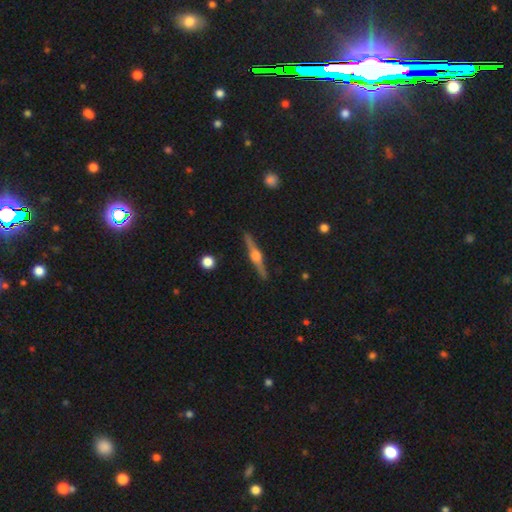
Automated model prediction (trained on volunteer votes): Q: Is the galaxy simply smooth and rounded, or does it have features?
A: featured or disk — 81%.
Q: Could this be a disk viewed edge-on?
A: yes — 98%.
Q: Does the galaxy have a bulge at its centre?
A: rounded — 92%.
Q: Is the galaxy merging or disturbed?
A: none — 91%.